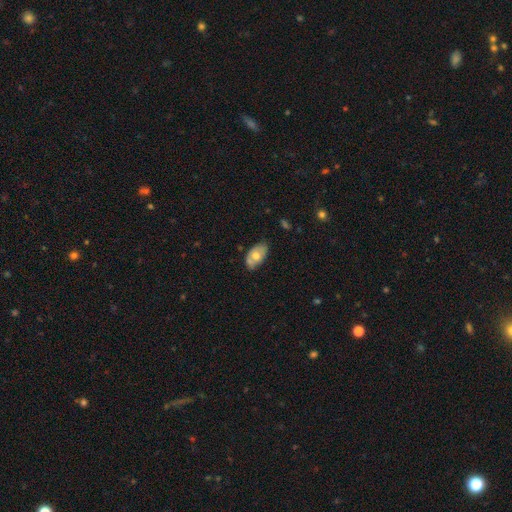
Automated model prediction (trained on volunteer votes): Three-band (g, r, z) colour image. It shows a smooth galaxy with no disk features (59%) that is in between round and cigar-shaped (93%). Merging: none (66%).